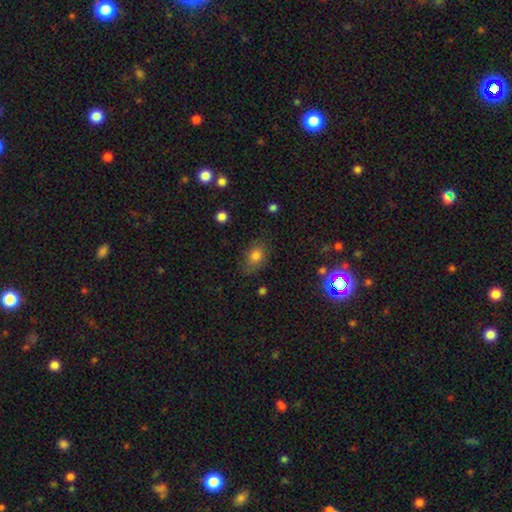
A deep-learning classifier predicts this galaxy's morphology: Q: Smooth or featured?
A: smooth (78%); runner-up: star or artifact (13%)
Q: How rounded?
A: in between (75%); runner-up: round (23%)
Q: Merging?
A: none (71%); runner-up: minor disturbance (21%)